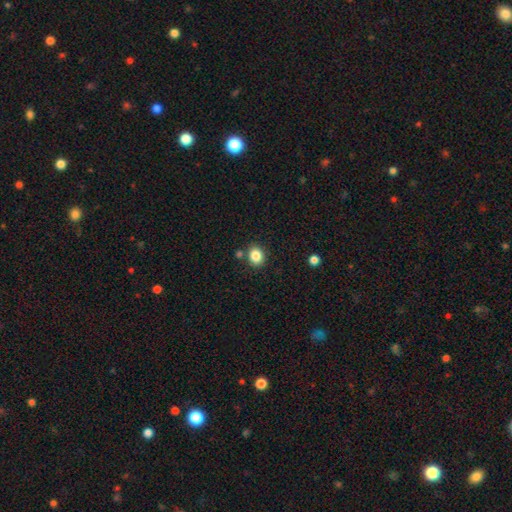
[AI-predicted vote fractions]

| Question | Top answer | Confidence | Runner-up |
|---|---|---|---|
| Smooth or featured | smooth | 85% | star or artifact (10%) |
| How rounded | round | 59% | in between (40%) |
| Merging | none | 82% | minor disturbance (9%) |